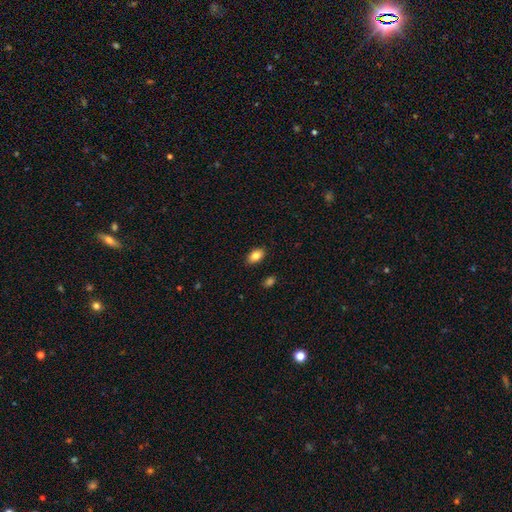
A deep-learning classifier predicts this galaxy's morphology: Smooth or featured?
  - smooth: 84% *
  - star or artifact: 8%
  - featured or disk: 8%
How rounded?
  - in between: 91% *
  - round: 7%
  - cigar-shaped: 2%
Merging?
  - none: 87% *
  - minor disturbance: 9%
  - major disturbance: 2%
  - merger: 1%